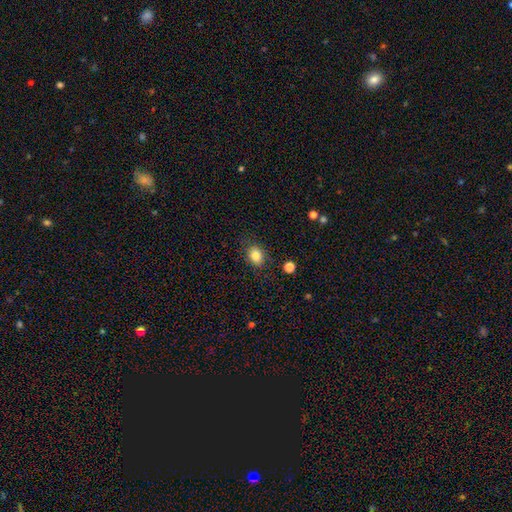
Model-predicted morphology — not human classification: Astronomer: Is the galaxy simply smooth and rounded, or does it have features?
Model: smooth — 82%.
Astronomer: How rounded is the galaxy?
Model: in between — 56% (runner-up: round, 43%).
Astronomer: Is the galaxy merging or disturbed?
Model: none — 81%.